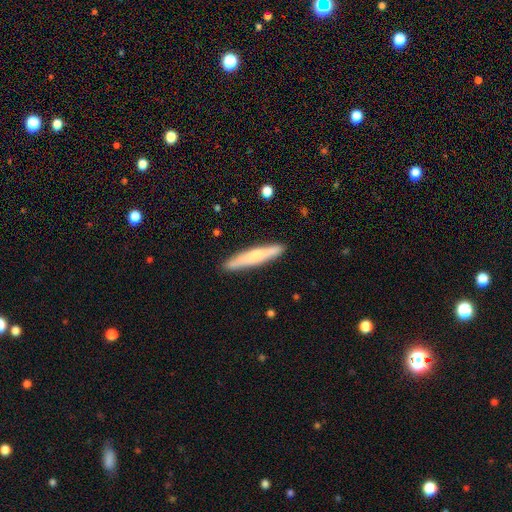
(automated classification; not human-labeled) This is likely a smooth galaxy (60%). How rounded: clearly cigar-shaped (93%). Merging: clearly none (88%).